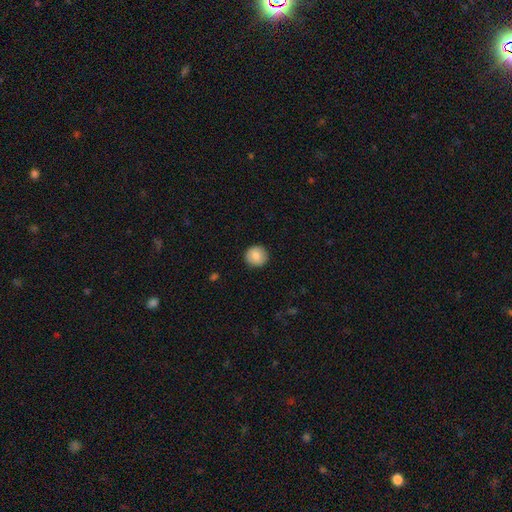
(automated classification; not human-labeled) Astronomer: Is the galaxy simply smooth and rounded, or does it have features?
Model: smooth — 84%.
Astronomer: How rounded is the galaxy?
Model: round — 93%.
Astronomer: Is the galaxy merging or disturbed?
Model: none — 91%.